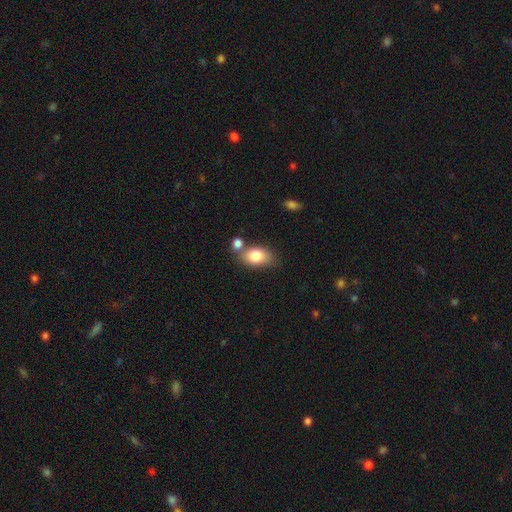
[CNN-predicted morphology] This appears to be a smooth galaxy with no disk features (81%) that is in between round and cigar-shaped (85%). Merging: none (52%).